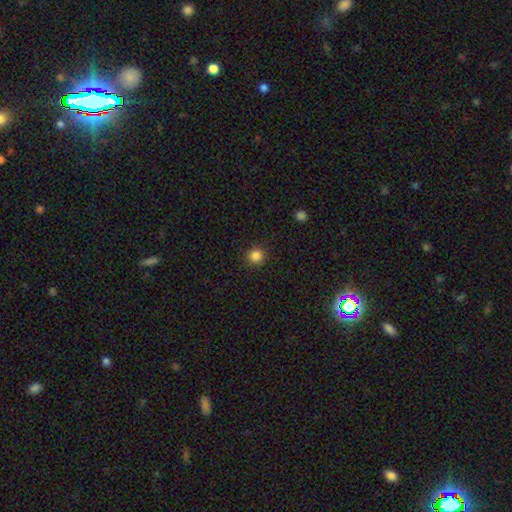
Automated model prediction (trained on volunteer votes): Overall: smooth (84%). How rounded: round (95%). Merging: none (92%).